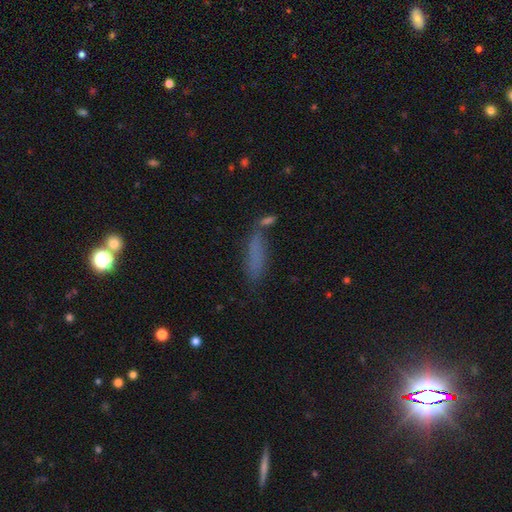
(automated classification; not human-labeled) Q: Smooth or featured?
A: smooth (73%); runner-up: featured or disk (14%)
Q: How rounded?
A: cigar-shaped (67%); runner-up: in between (30%)
Q: Merging?
A: none (62%); runner-up: minor disturbance (18%)